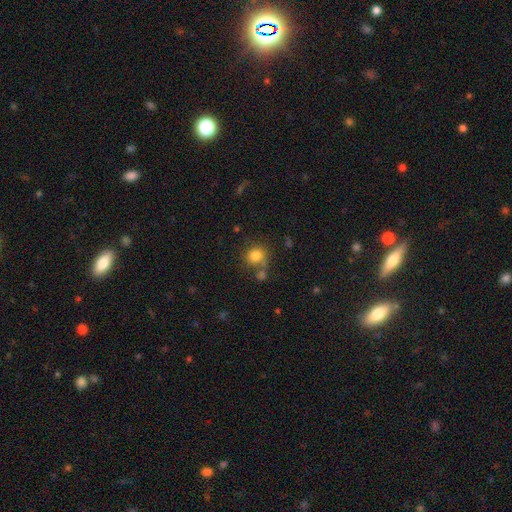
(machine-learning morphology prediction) This is clearly a smooth galaxy (81%). How rounded: clearly round (82%). Merging: possibly none (55%).